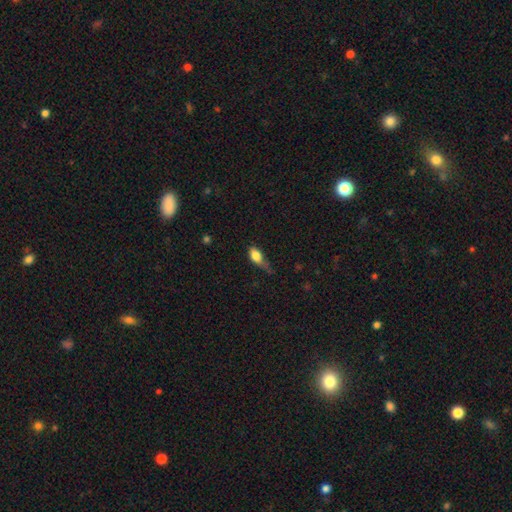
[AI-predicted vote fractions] Overall: smooth (80%). How rounded: in between (82%). Merging: minor disturbance (41%; major disturbance 28%).